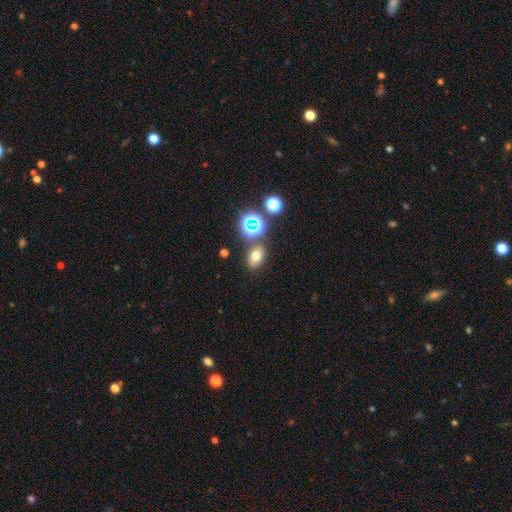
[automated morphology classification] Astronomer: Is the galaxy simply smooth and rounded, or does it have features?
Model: smooth — 67%.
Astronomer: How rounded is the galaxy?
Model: in between — 73%.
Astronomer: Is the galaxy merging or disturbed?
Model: none — 77%.